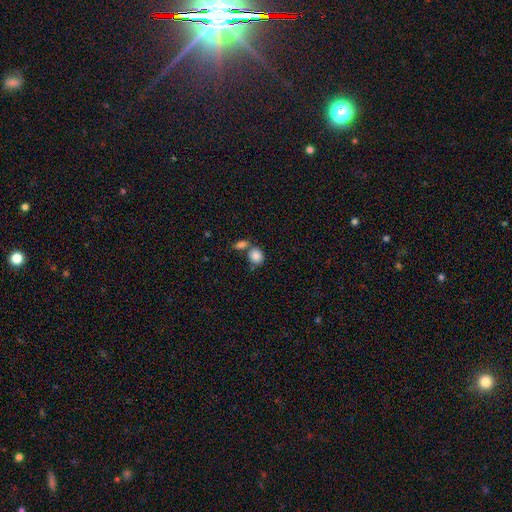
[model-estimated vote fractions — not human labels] Smooth or featured? smooth (86%)
How rounded? round (65%)
Merging? none (46%)